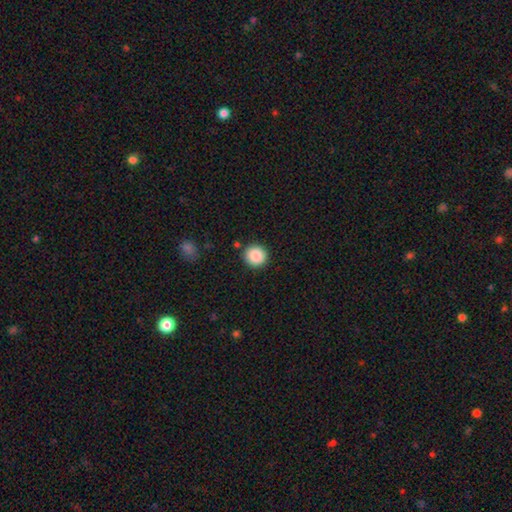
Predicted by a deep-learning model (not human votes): Overall: smooth (88%). How rounded: round (92%). Merging: none (89%).